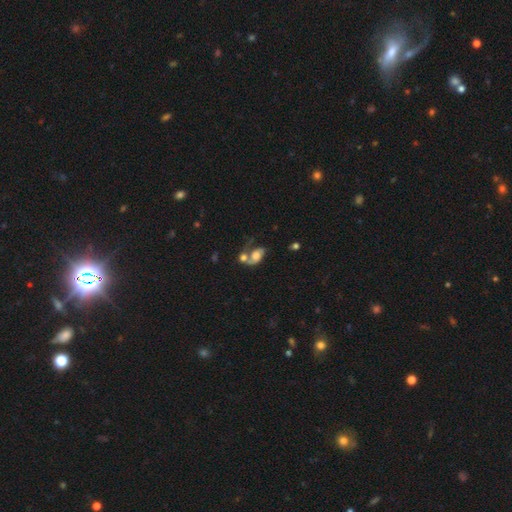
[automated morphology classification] Smooth or featured: featured or disk — 53% (smooth — 38%)
Edge-on disk: no — 96% (yes — 4%)
Bar: no — 73% (weak — 21%)
Spiral arms: yes — 75% (no — 25%)
Bulge size: large — 35% (moderate — 34%)
Merging: merger — 48% (major disturbance — 20%)